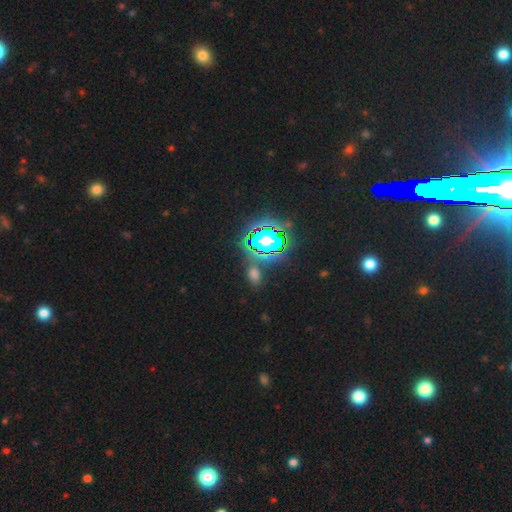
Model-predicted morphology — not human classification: The model was most divided on "smooth or featured": star or artifact: 82%, smooth: 9%, featured or disk: 8%.